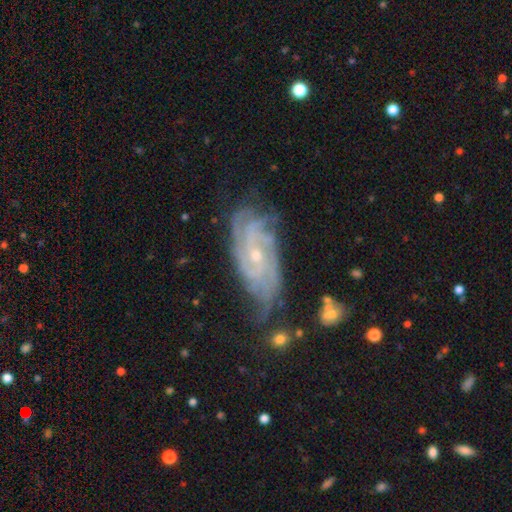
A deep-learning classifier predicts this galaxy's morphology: A featured or disk galaxy (86%) with no bar (62%), 4 (26%) tight (70%) spiral arms (97%) and a small central bulge (69%).

Vote fractions:
- Smooth or featured? featured or disk: 86% / star or artifact: 7% / smooth: 7%
- Edge-on disk? no: 94% / yes: 6%
- Bar? no: 62% / weak: 29% / strong: 8%
- Spiral arms? yes: 97% / no: 3%
- Spiral winding? tight: 70% / medium: 25% / loose: 5%
- Spiral arm count? 4: 26% / can't tell: 25% / 3: 20% / 2: 13% / more than 4: 9% / 1: 6%
- Bulge size? small: 69% / moderate: 28% / none: 1% / large: 1% / dominant: 1%
- Merging? none: 67% / minor disturbance: 22% / major disturbance: 8% / merger: 3%